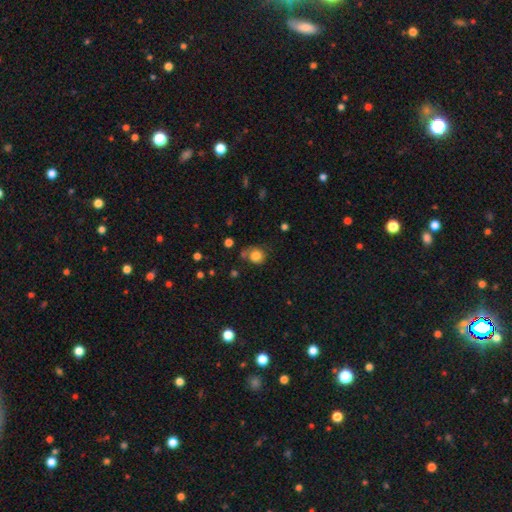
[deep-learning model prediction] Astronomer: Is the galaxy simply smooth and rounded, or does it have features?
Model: smooth — 82%.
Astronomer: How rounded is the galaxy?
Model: round — 76%.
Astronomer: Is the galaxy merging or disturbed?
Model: none — 56%.